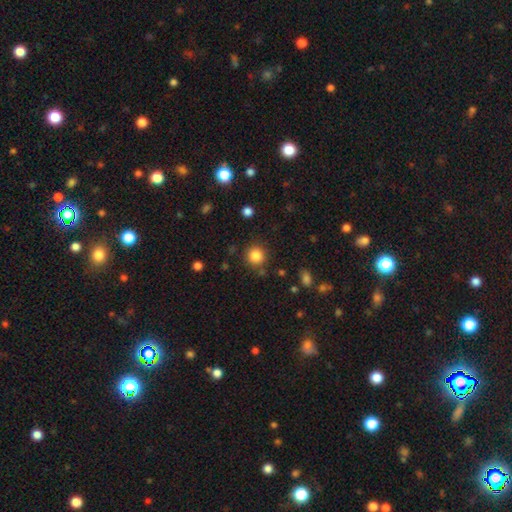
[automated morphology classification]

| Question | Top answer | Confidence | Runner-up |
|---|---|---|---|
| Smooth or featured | smooth | 85% | star or artifact (11%) |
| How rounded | round | 92% | in between (7%) |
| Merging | none | 85% | minor disturbance (8%) |